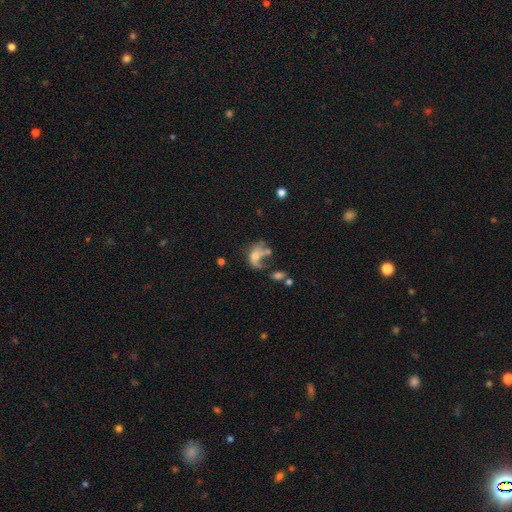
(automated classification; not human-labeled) smooth_or_featured: smooth (p=0.44) [alt: featured or disk p=0.43]
merging: major disturbance (p=0.34) [alt: merger p=0.30]